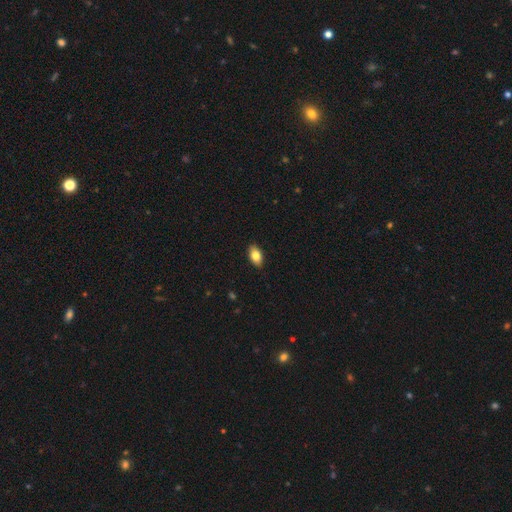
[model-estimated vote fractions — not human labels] smooth-or-featured: smooth: 82% | featured or disk: 10% | star or artifact: 7%
  how-rounded: in between: 91% | round: 6% | cigar-shaped: 3%
  merging: none: 89% | minor disturbance: 8% | major disturbance: 2% | merger: 1%